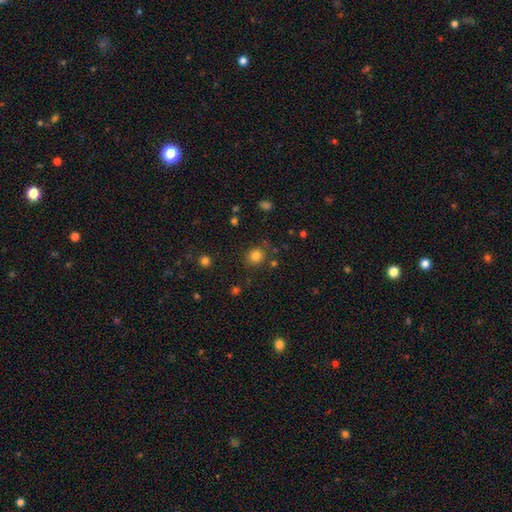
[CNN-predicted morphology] Smooth or featured?
  - smooth: 81% *
  - star or artifact: 13%
  - featured or disk: 6%
How rounded?
  - round: 87% *
  - in between: 12%
  - cigar-shaped: 1%
Merging?
  - none: 81% *
  - minor disturbance: 11%
  - merger: 4%
  - major disturbance: 4%